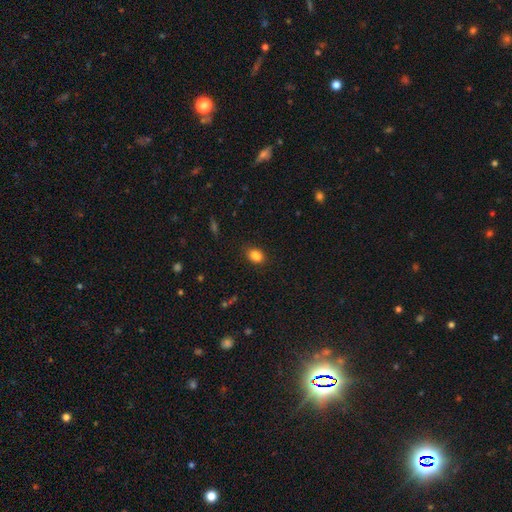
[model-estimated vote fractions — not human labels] This is clearly a smooth galaxy (83%). How rounded: likely in between (73%). Merging: likely none (73%).